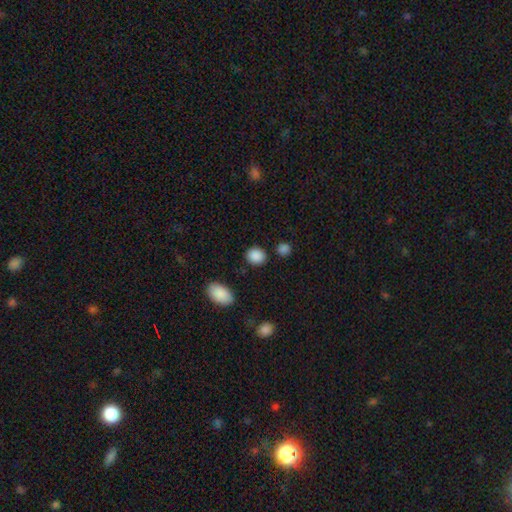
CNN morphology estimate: smooth 88%, star or artifact 9%, featured or disk 3%. Down the decision tree: how rounded — round (66%); merging — none (85%).